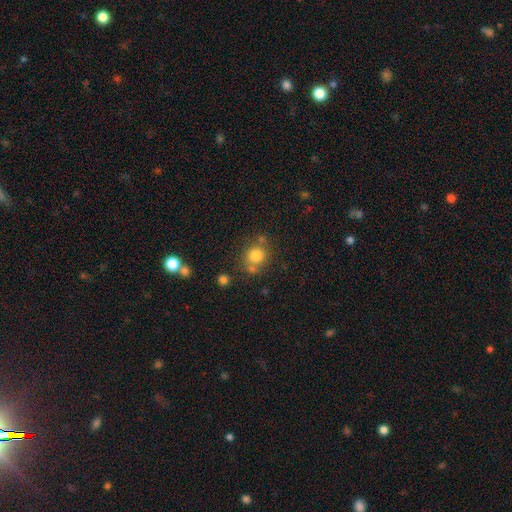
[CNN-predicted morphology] Q: Smooth or featured?
A: smooth (80%); runner-up: star or artifact (12%)
Q: How rounded?
A: round (85%); runner-up: in between (14%)
Q: Merging?
A: none (65%); runner-up: merger (17%)